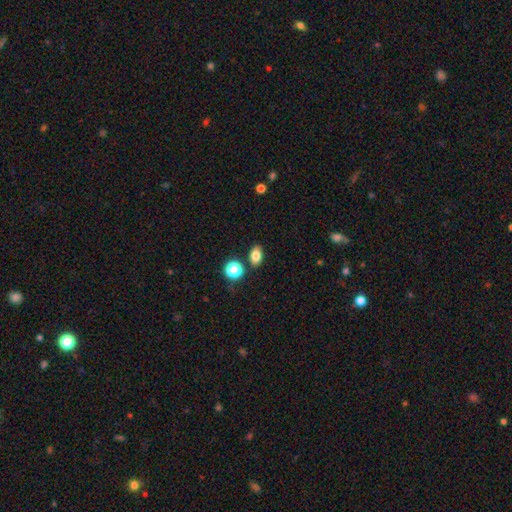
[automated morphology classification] This is clearly a smooth galaxy (80%). How rounded: clearly in between (80%). Merging: clearly none (82%).